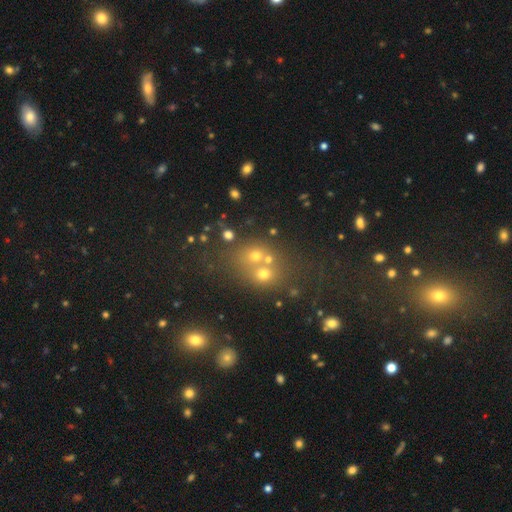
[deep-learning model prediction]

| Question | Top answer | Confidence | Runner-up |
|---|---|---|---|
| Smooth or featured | smooth | 56% | star or artifact (26%) |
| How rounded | round | 70% | in between (29%) |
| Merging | none | 44% | merger (41%) |